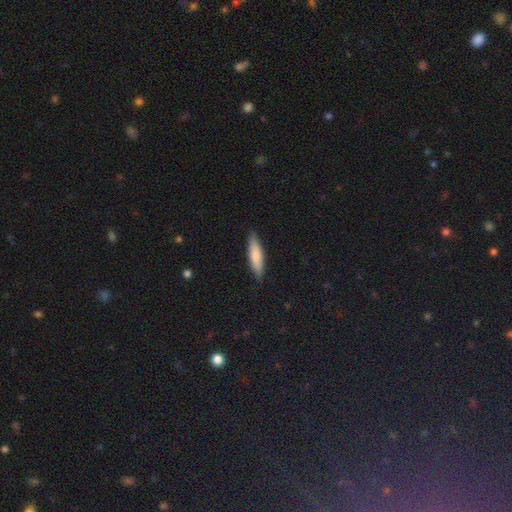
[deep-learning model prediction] The model was most divided on "how rounded": cigar-shaped: 71%, in between: 28%, round: 1%. More confident: merging — none (87%); smooth or featured — smooth (78%).